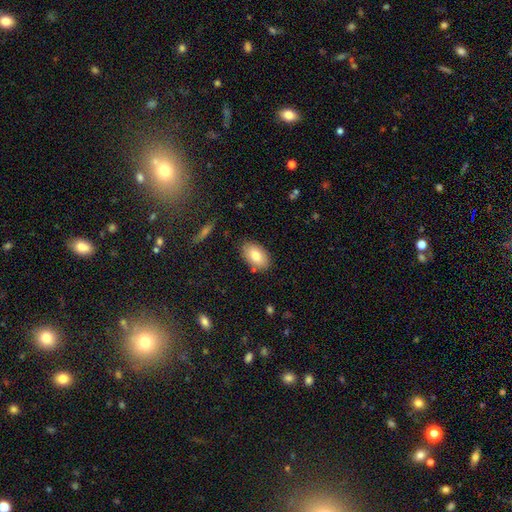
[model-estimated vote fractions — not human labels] Smooth or featured?
  - smooth: 78% *
  - featured or disk: 15%
  - star or artifact: 7%
How rounded?
  - in between: 92% *
  - round: 6%
  - cigar-shaped: 1%
Merging?
  - none: 84% *
  - minor disturbance: 11%
  - merger: 3%
  - major disturbance: 2%